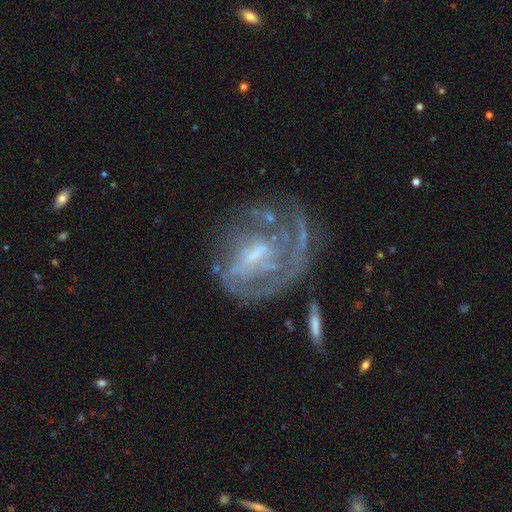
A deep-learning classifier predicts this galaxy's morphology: Smooth or featured: featured or disk — 77% (smooth — 14%)
Edge-on disk: no — 96% (yes — 4%)
Bar: weak — 44% (no — 37%)
Spiral arms: yes — 71% (no — 29%)
Spiral winding: tight — 46% (medium — 34%)
Spiral arm count: can't tell — 36% (1 — 33%)
Bulge size: small — 33% (moderate — 31%)
Merging: none — 44% (major disturbance — 32%)